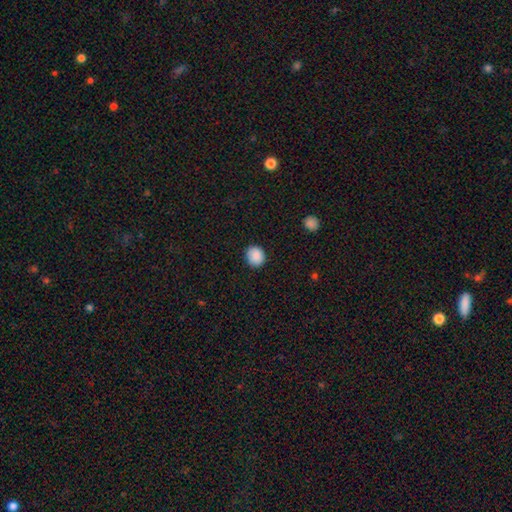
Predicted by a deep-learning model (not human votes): Smooth or featured? smooth (89%)
How rounded? round (73%)
Merging? none (88%)